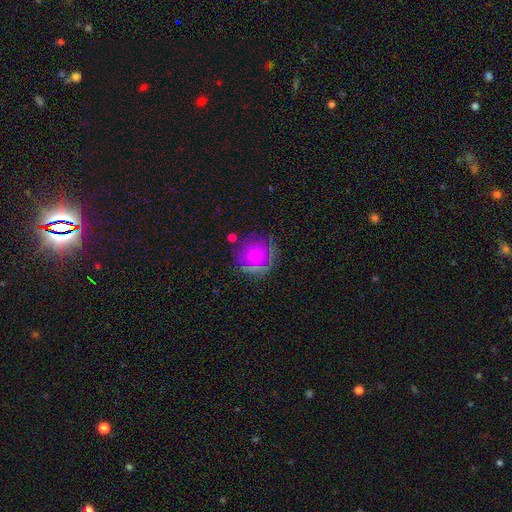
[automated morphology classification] Q: Smooth or featured?
A: smooth (57%); runner-up: featured or disk (33%)
Q: How rounded?
A: round (91%); runner-up: in between (8%)
Q: Merging?
A: none (67%); runner-up: minor disturbance (19%)